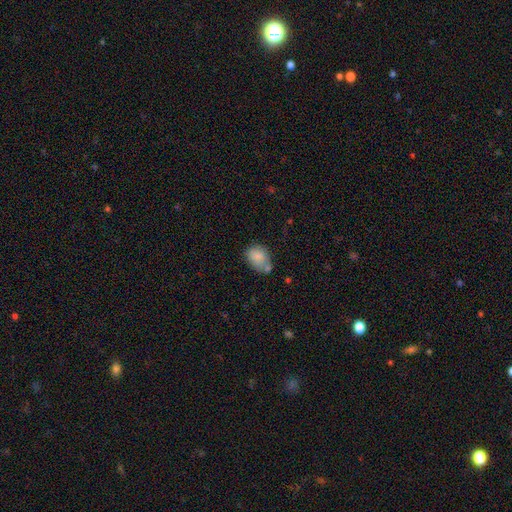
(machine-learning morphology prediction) smooth-or-featured: smooth: 81% | featured or disk: 10% | star or artifact: 9%
  how-rounded: in between: 69% | round: 30% | cigar-shaped: 1%
  merging: none: 46% | minor disturbance: 27% | merger: 19% | major disturbance: 8%